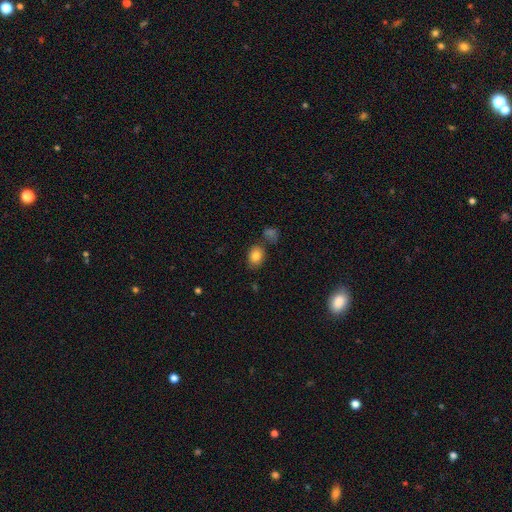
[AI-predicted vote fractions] Q: Smooth or featured?
A: smooth (83%); runner-up: star or artifact (9%)
Q: How rounded?
A: in between (63%); runner-up: round (36%)
Q: Merging?
A: none (76%); runner-up: minor disturbance (12%)